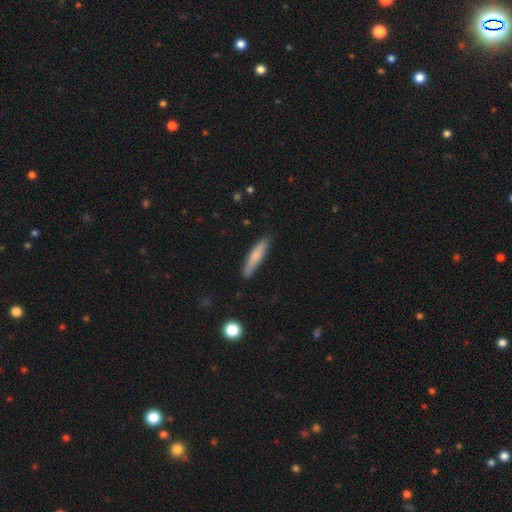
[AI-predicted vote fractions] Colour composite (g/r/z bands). It shows a smooth galaxy with no disk features (75%) that is cigar-shaped (88%). Merging: none (83%).